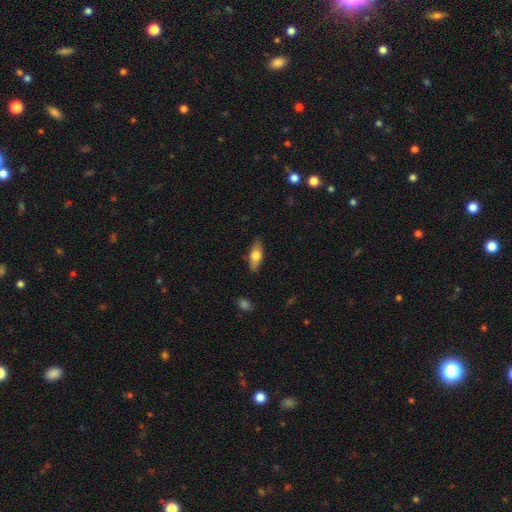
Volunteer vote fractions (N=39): Morphology: type=smooth (59%); roundness=in between (61%); merging=none (89%).